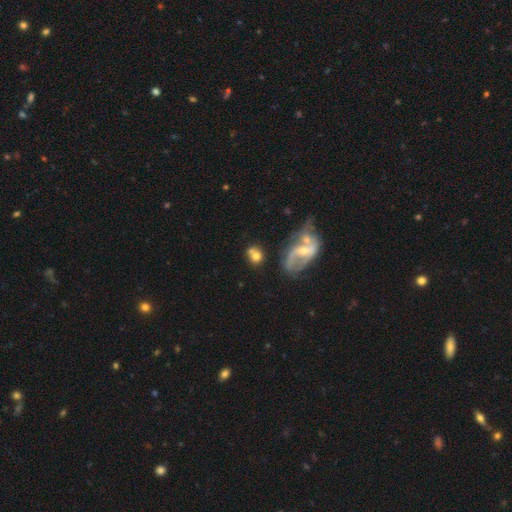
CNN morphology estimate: A smooth galaxy with no disk features (62%) that is round (70%).

Vote fractions:
- Smooth or featured? smooth: 62% / featured or disk: 28% / star or artifact: 10%
- How rounded? round: 70% / in between: 29% / cigar-shaped: 2%
- Merging? none: 43% / merger: 33% / minor disturbance: 15% / major disturbance: 9%